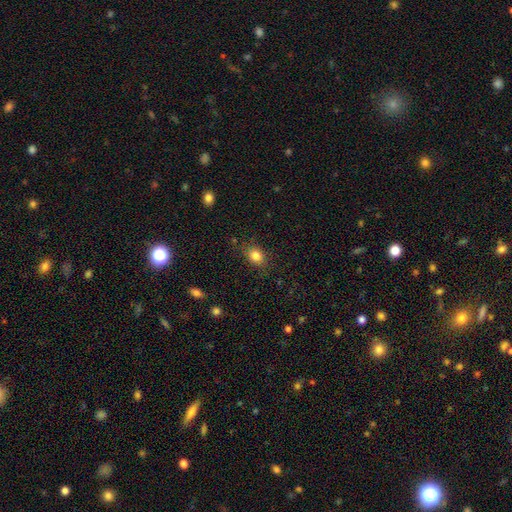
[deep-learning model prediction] Smooth or featured? smooth (84%)
How rounded? in between (61%)
Merging? none (80%)